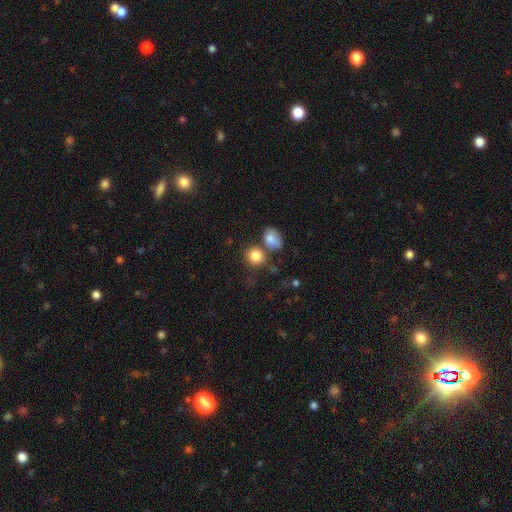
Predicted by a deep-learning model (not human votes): A smooth galaxy with no disk features (83%) that is round (75%). Merging: none (56%).